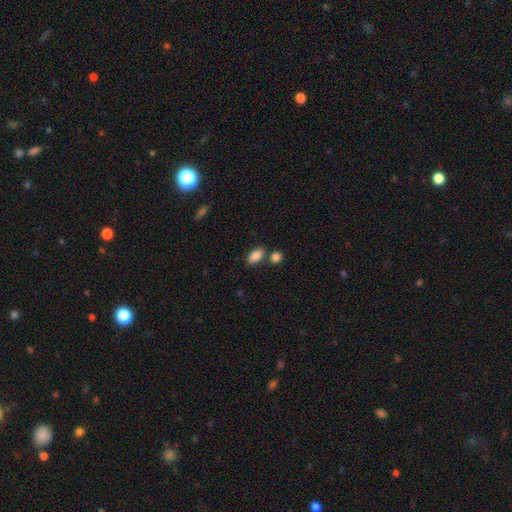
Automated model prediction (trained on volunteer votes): Overall: smooth (87%). How rounded: in between (91%). Merging: none (68%).